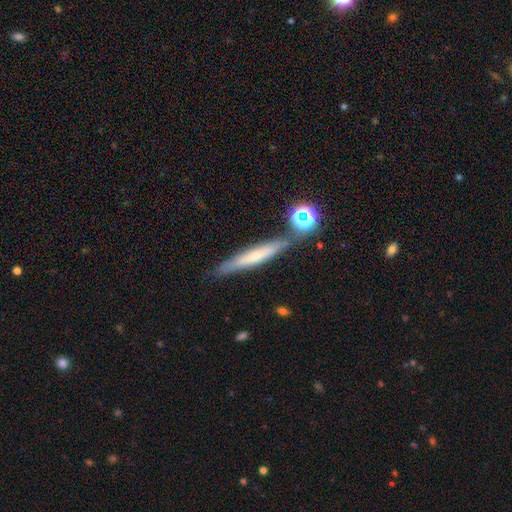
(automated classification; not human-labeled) The model was most divided on "smooth or featured": smooth: 50%, featured or disk: 39%, star or artifact: 11%. More confident: how rounded — cigar-shaped (91%); merging — none (77%).